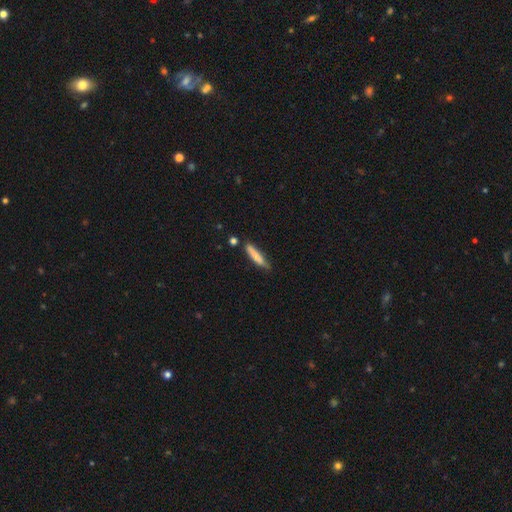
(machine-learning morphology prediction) Smooth or featured: smooth — 73% (featured or disk — 21%)
How rounded: cigar-shaped — 87% (in between — 11%)
Merging: none — 71% (minor disturbance — 21%)